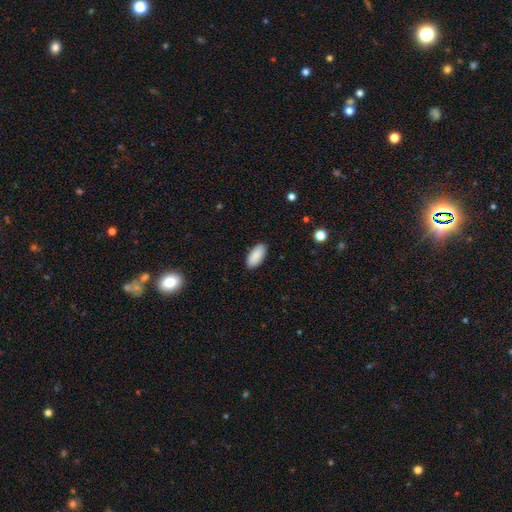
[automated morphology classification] smooth_or_featured: smooth (p=0.90) [alt: star or artifact p=0.06]
how_rounded: in between (p=0.93) [alt: cigar-shaped p=0.06]
merging: none (p=0.90) [alt: minor disturbance p=0.08]